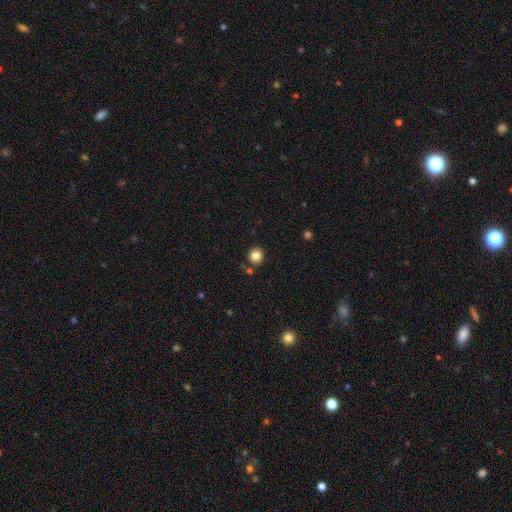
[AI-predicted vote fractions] The model was most divided on "smooth or featured": smooth: 83%, star or artifact: 11%, featured or disk: 6%. More confident: how rounded — round (89%); merging — none (82%).